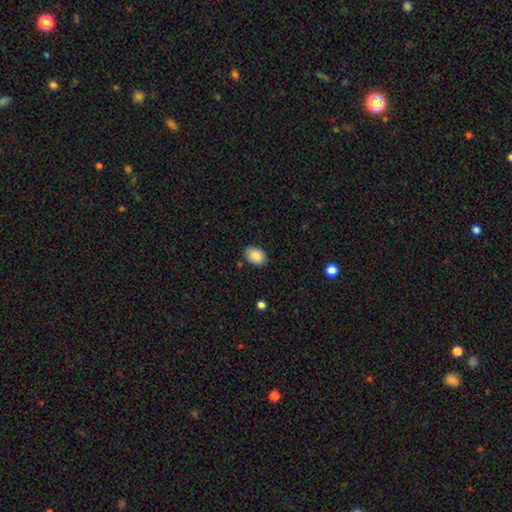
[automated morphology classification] type=smooth (89%); roundness=in between (81%); merging=none (84%).